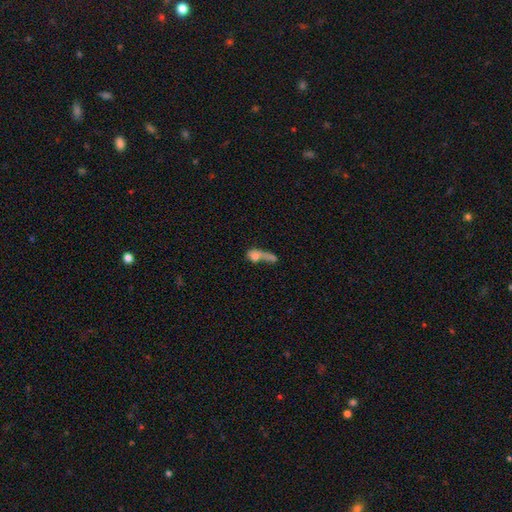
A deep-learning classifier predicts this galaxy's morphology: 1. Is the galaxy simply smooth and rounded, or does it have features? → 49% smooth, 33% featured or disk, 19% star or artifact.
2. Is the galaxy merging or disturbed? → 40% merger, 25% none, 22% major disturbance, 12% minor disturbance.